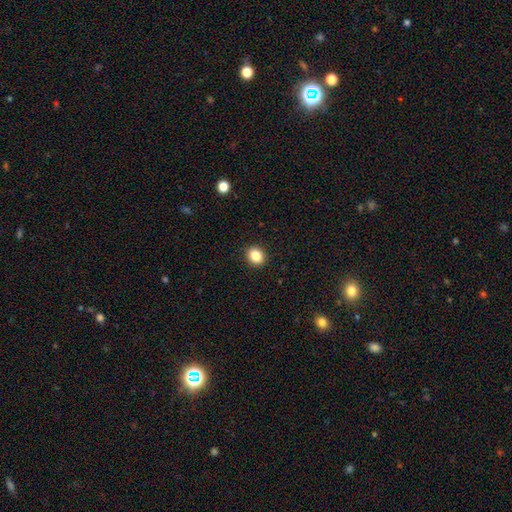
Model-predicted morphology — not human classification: A smooth galaxy with no disk features (85%) that is round (62%).

Vote fractions:
- Smooth or featured? smooth: 85% / star or artifact: 10% / featured or disk: 5%
- How rounded? round: 62% / in between: 37% / cigar-shaped: 1%
- Merging? none: 92% / minor disturbance: 6% / major disturbance: 2% / merger: 1%